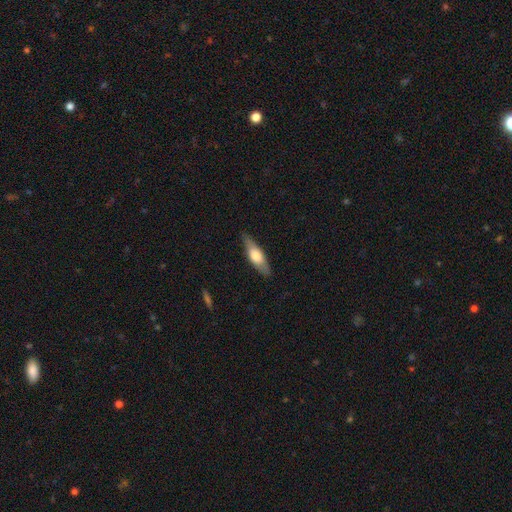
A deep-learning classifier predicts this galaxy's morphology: smooth-or-featured: smooth: 57% | featured or disk: 37% | star or artifact: 5%
  how-rounded: cigar-shaped: 50% | in between: 48% | round: 2%
  merging: none: 83% | minor disturbance: 14% | major disturbance: 3% | merger: 1%